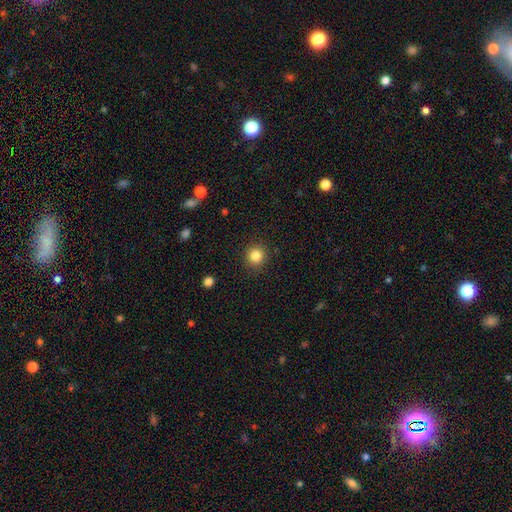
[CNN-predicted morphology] Smooth or featured?
  - smooth: 84% *
  - star or artifact: 11%
  - featured or disk: 5%
How rounded?
  - round: 91% *
  - in between: 8%
  - cigar-shaped: 1%
Merging?
  - none: 90% *
  - minor disturbance: 7%
  - major disturbance: 2%
  - merger: 1%